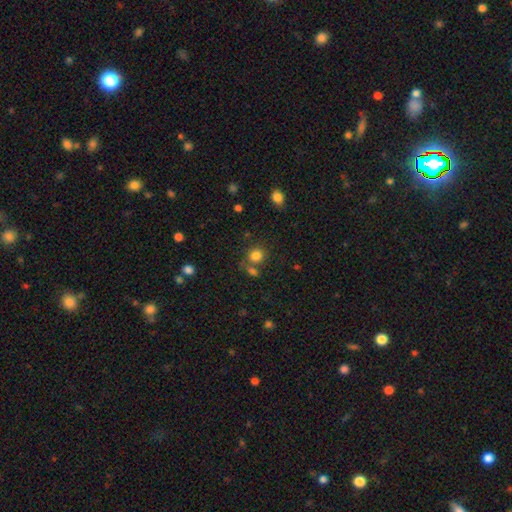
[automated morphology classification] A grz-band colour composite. It shows a smooth galaxy with no disk features (81%) that is round (83%). Merging: none (65%).